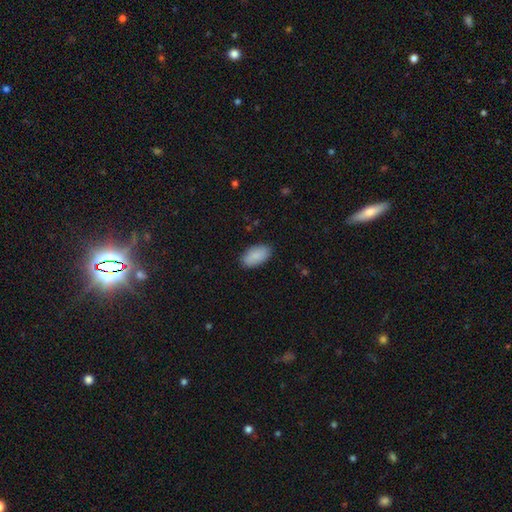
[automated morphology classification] type=smooth (89%); roundness=in between (95%); merging=none (87%).